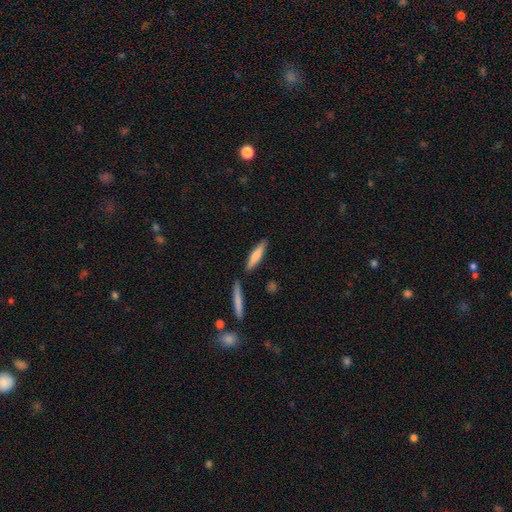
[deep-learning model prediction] The model was most divided on "smooth or featured": smooth: 74%, featured or disk: 21%, star or artifact: 5%. More confident: how rounded — cigar-shaped (84%); merging — none (79%).